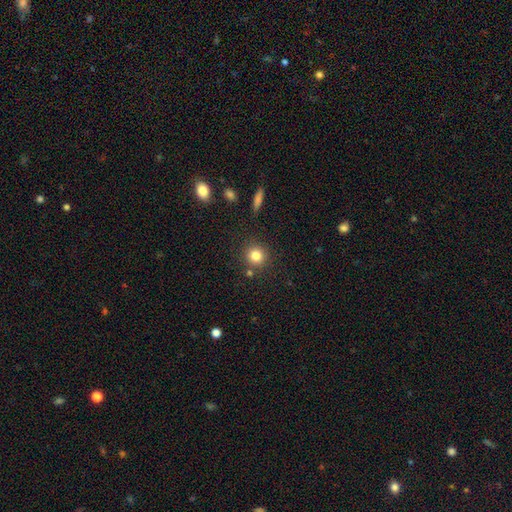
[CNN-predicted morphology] This is clearly a smooth galaxy (82%). How rounded: clearly round (93%). Merging: clearly none (84%).